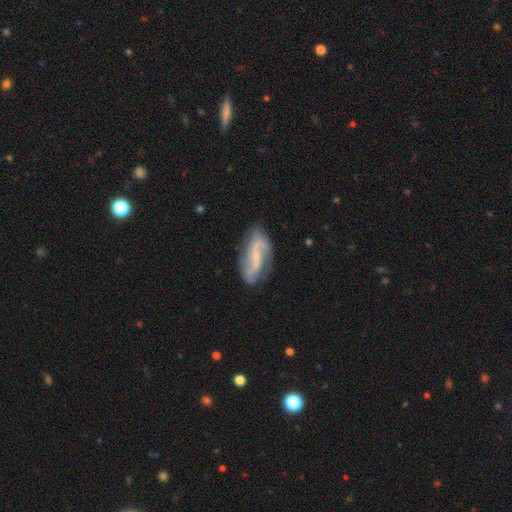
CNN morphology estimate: A featured or disk galaxy (80%) with a weak bar (44%), 2 (87%) loose (59%) spiral arms (93%) and a small central bulge (68%).

Vote fractions:
- Smooth or featured? featured or disk: 80% / smooth: 14% / star or artifact: 6%
- Edge-on disk? no: 95% / yes: 5%
- Bar? weak: 44% / no: 31% / strong: 25%
- Spiral arms? yes: 93% / no: 7%
- Spiral winding? loose: 59% / medium: 29% / tight: 11%
- Spiral arm count? 2: 87% / can't tell: 6% / 1: 2% / 3: 2% / 4: 1% / more than 4: 1%
- Bulge size? small: 68% / moderate: 16% / none: 14% / large: 1% / dominant: 1%
- Merging? none: 75% / minor disturbance: 17% / major disturbance: 6% / merger: 2%